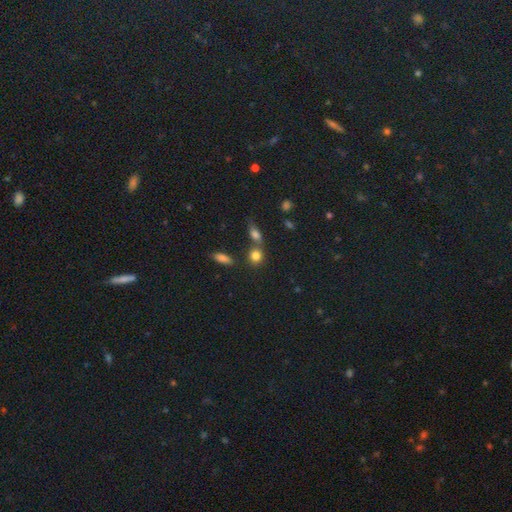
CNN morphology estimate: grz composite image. It shows a smooth galaxy with no disk features (80%) that is round (75%). Merging: none (58%).